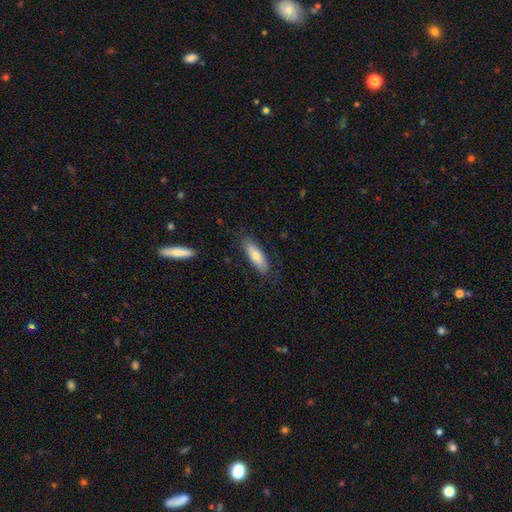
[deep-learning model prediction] smooth-or-featured: smooth: 74% | featured or disk: 20% | star or artifact: 6%
  how-rounded: cigar-shaped: 55% | in between: 43% | round: 2%
  merging: none: 82% | minor disturbance: 13% | major disturbance: 3% | merger: 2%